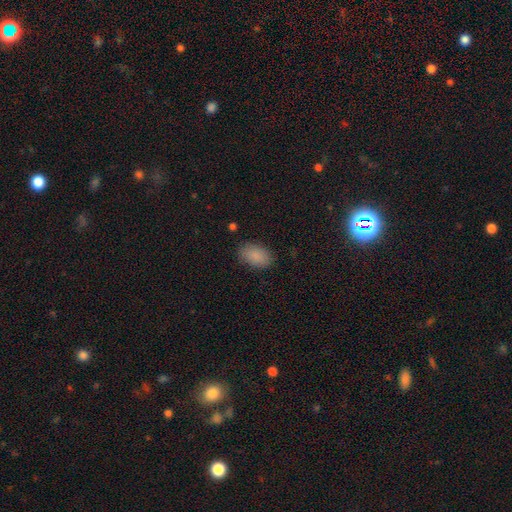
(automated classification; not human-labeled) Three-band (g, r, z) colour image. It shows a smooth galaxy with no disk features (87%) that is in between round and cigar-shaped (92%). Merging: none (85%).